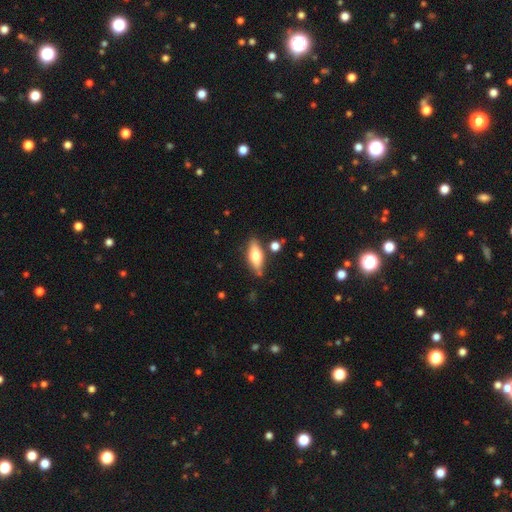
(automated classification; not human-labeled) Smooth or featured? Predicted: smooth (p=0.56). How rounded? Predicted: in between (p=0.66). Merging? Predicted: none (p=0.79).